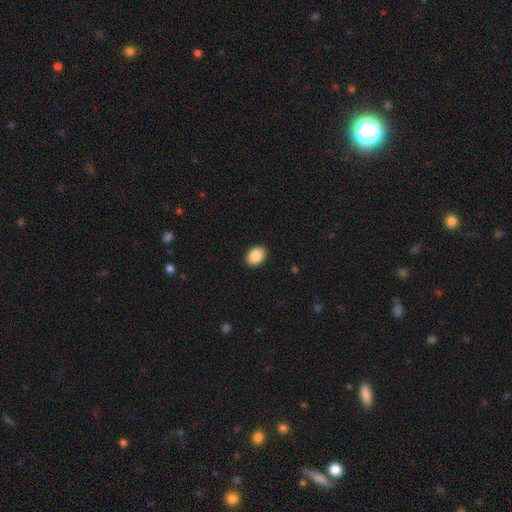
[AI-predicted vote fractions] Morphology: type=smooth (88%); roundness=in between (73%); merging=none (91%).